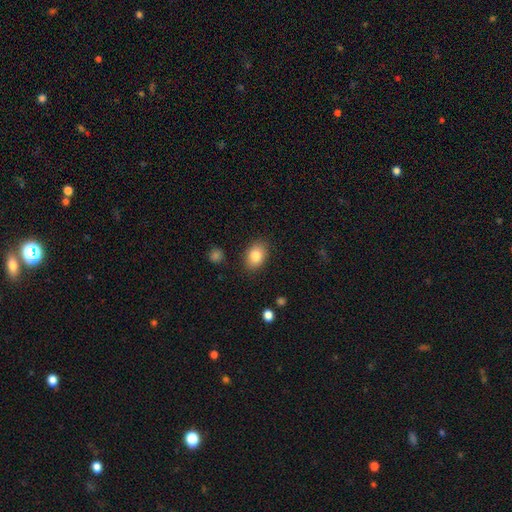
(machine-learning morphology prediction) The model was most divided on "how rounded": in between: 78%, round: 21%, cigar-shaped: 1%. More confident: merging — none (86%); smooth or featured — smooth (83%).